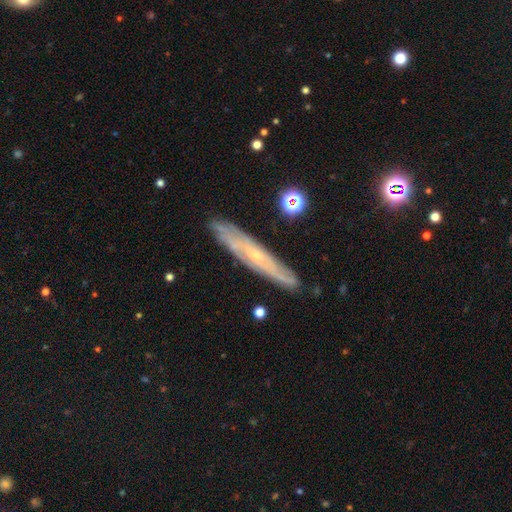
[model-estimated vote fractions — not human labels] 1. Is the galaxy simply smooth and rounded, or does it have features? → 70% featured or disk, 23% smooth, 7% star or artifact.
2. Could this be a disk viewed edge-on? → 61% yes, 39% no.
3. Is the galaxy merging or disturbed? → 84% none, 12% minor disturbance, 2% major disturbance, 2% merger.